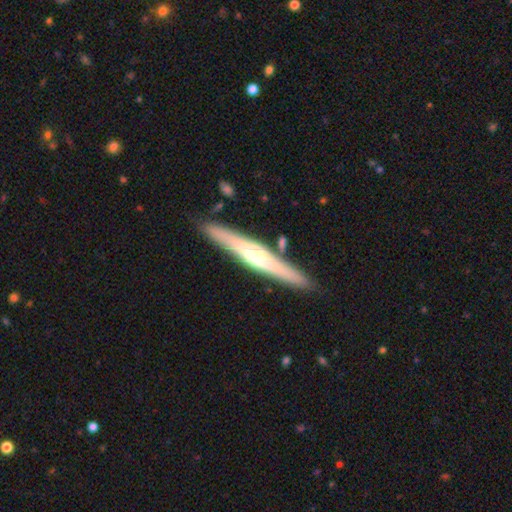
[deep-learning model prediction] Smooth or featured: featured or disk — 61% (smooth — 34%)
Edge-on disk: yes — 95% (no — 5%)
Edge-on bulge: rounded — 73% (none — 19%)
Merging: none — 86% (minor disturbance — 9%)